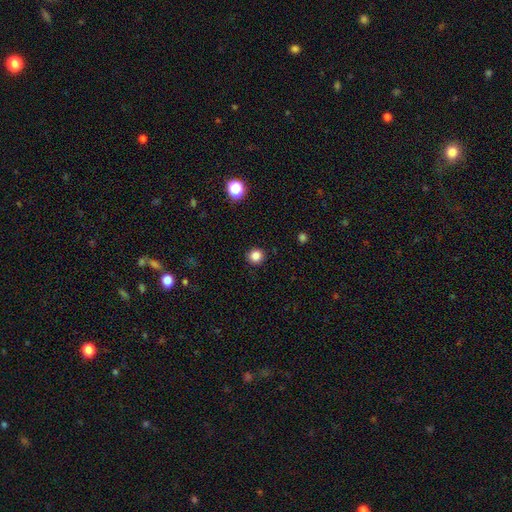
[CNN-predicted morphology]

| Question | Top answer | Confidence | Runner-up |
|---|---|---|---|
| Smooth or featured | smooth | 85% | star or artifact (12%) |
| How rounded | round | 92% | in between (7%) |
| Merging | none | 92% | minor disturbance (5%) |